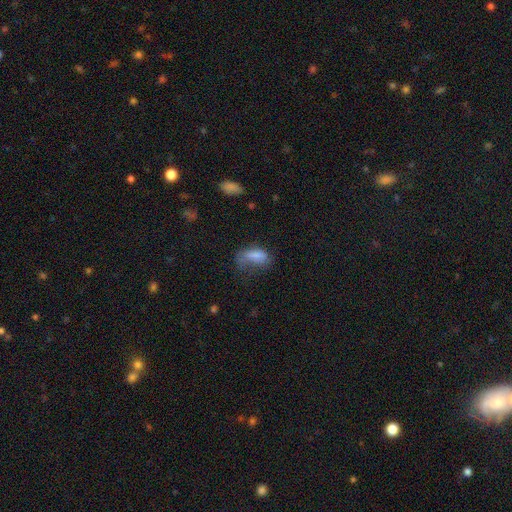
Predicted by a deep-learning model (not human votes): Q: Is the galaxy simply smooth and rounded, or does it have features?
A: smooth — 75%.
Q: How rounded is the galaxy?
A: in between — 86%.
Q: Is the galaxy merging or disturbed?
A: major disturbance — 40%.